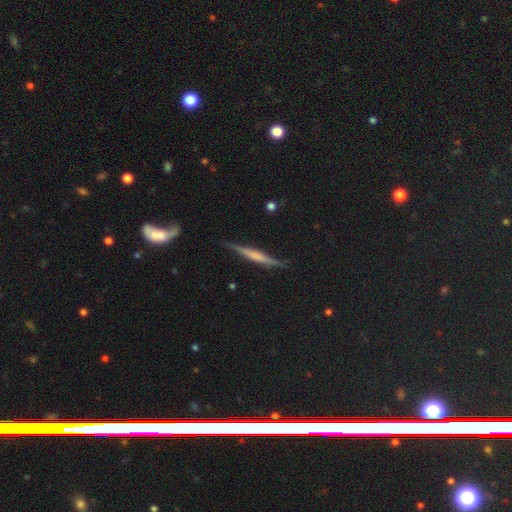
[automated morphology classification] smooth-or-featured: featured or disk: 64% | smooth: 30% | star or artifact: 6%
  disk-edge-on: yes: 97% | no: 3%
    edge-on-bulge: none: 45% | rounded: 28% | boxy: 26%
  merging: none: 84% | minor disturbance: 12% | major disturbance: 2% | merger: 2%